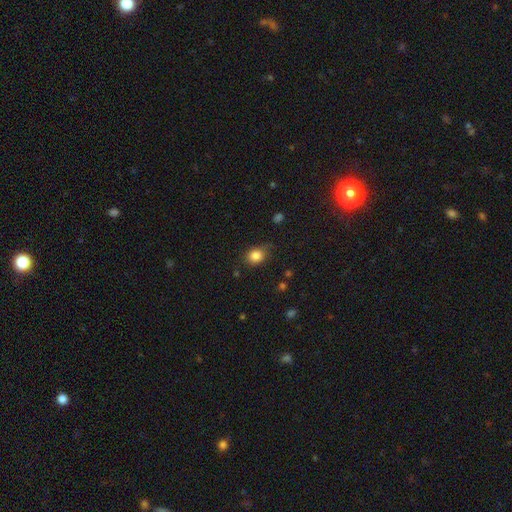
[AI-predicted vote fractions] A smooth galaxy with no disk features (84%) that is round (57%).

Vote fractions:
- Smooth or featured? smooth: 84% / star or artifact: 10% / featured or disk: 6%
- How rounded? round: 57% / in between: 42% / cigar-shaped: 1%
- Merging? none: 70% / minor disturbance: 23% / major disturbance: 5% / merger: 2%